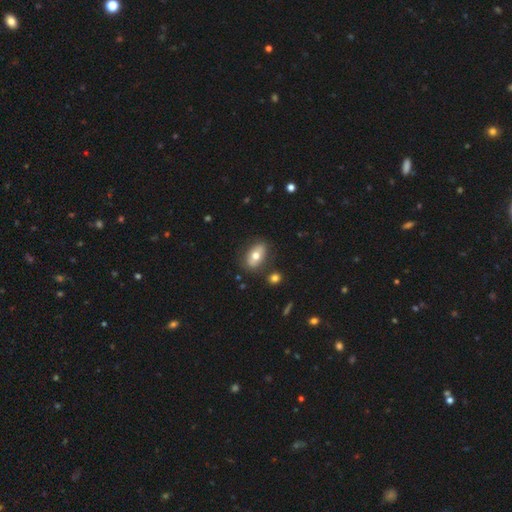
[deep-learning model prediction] smooth-or-featured: smooth: 64% | featured or disk: 28% | star or artifact: 7%
  how-rounded: in between: 87% | round: 9% | cigar-shaped: 4%
  merging: none: 79% | minor disturbance: 13% | merger: 5% | major disturbance: 3%